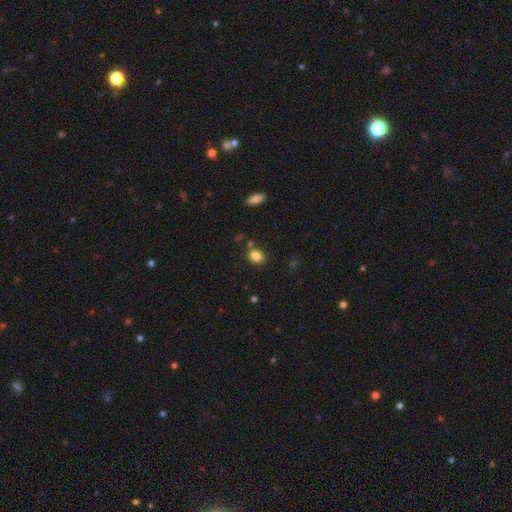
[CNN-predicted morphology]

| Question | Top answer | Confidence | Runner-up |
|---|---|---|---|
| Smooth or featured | smooth | 83% | star or artifact (11%) |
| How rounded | round | 52% | in between (47%) |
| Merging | none | 79% | minor disturbance (12%) |